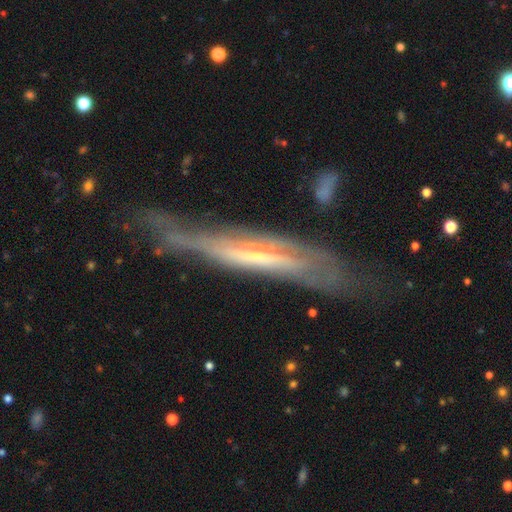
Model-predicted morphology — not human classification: This is likely a featured or disk galaxy (76%). It is likely viewed edge-on (78%). Edge-on bulge: possibly none (54%). Merging: possibly none (55%).